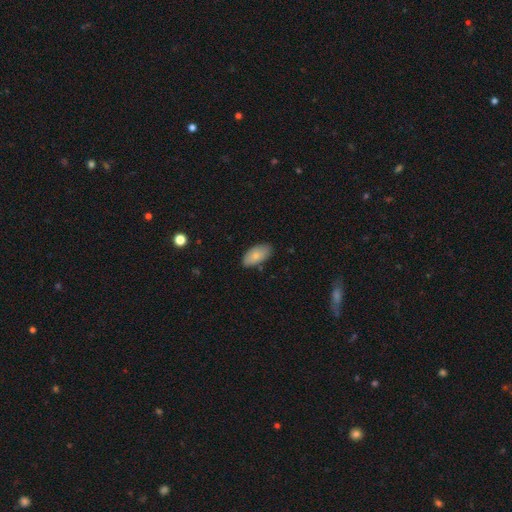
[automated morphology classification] Smooth or featured: smooth — 80% (featured or disk — 14%)
How rounded: in between — 94% (cigar-shaped — 3%)
Merging: none — 80% (minor disturbance — 16%)